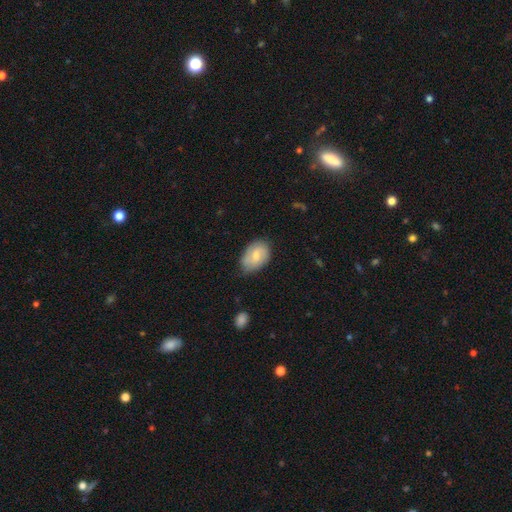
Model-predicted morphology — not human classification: Smooth or featured?
  - smooth: 64% *
  - featured or disk: 30%
  - star or artifact: 7%
How rounded?
  - in between: 83% *
  - round: 15%
  - cigar-shaped: 1%
Merging?
  - none: 65% *
  - minor disturbance: 28%
  - major disturbance: 5%
  - merger: 2%